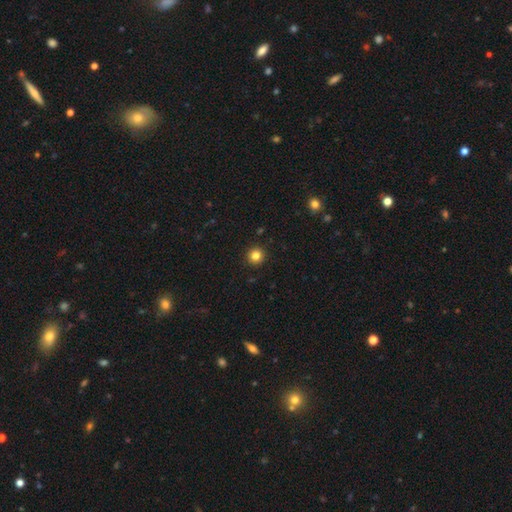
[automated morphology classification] A smooth galaxy with no disk features (84%) that is round (95%). Merging: none (93%).